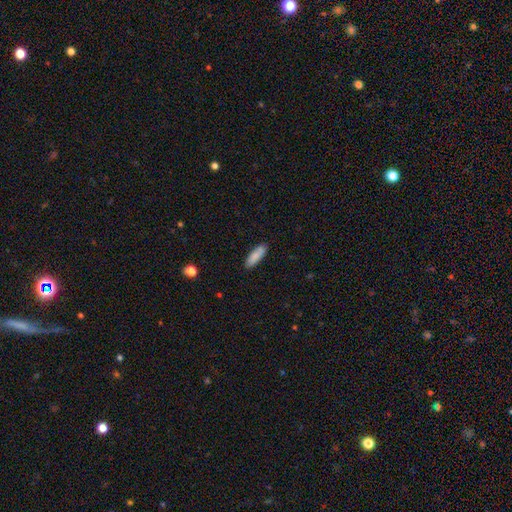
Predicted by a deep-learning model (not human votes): Smooth or featured? Predicted: smooth (p=0.86). How rounded? Predicted: cigar-shaped (p=0.50). Merging? Predicted: none (p=0.88).